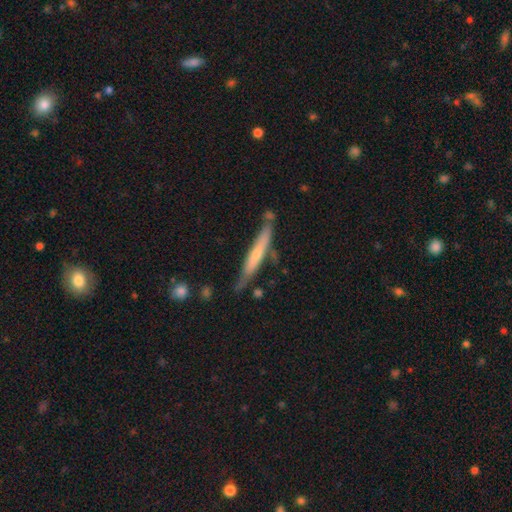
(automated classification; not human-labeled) Q: Smooth or featured?
A: featured or disk (49%); runner-up: smooth (45%)
Q: Merging?
A: none (70%); runner-up: minor disturbance (19%)